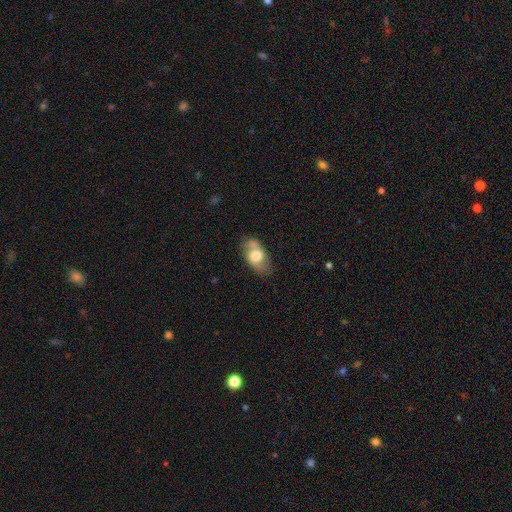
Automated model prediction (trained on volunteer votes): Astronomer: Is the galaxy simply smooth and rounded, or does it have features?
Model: smooth — 56% (runner-up: featured or disk, 37%).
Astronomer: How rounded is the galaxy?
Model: in between — 88%.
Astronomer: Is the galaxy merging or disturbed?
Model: none — 60%.